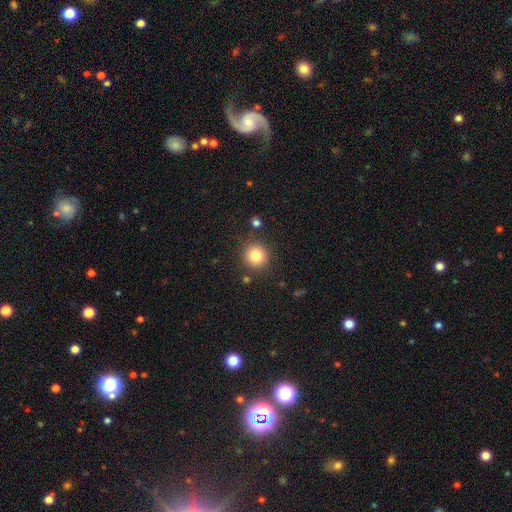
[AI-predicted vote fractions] A smooth galaxy with no disk features (83%) that is round (93%).

Vote fractions:
- Smooth or featured? smooth: 83% / star or artifact: 10% / featured or disk: 7%
- How rounded? round: 93% / in between: 6% / cigar-shaped: 1%
- Merging? none: 86% / minor disturbance: 8% / merger: 3% / major disturbance: 3%